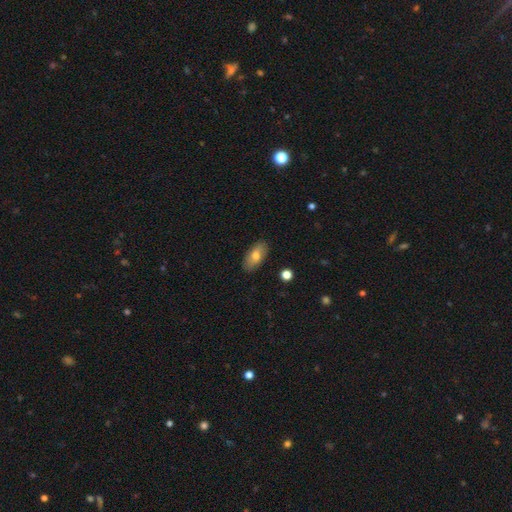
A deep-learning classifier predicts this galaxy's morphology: Smooth or featured? smooth (73%)
How rounded? in between (91%)
Merging? none (87%)